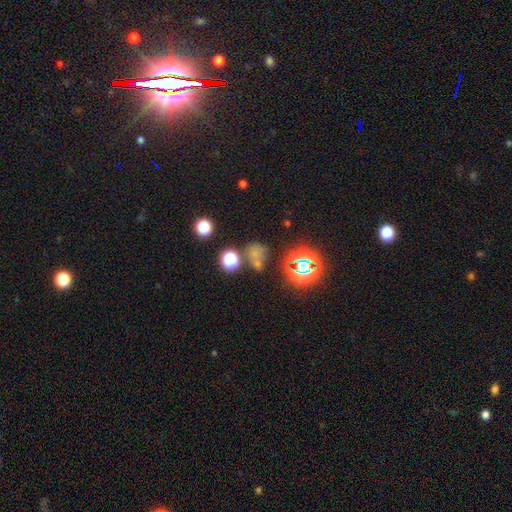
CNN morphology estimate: Smooth or featured? smooth (52%)
How rounded? round (67%)
Merging? none (48%)